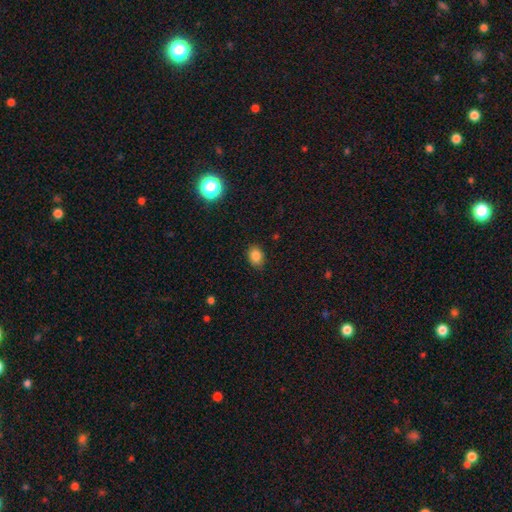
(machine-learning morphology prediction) type=smooth (84%); roundness=in between (62%); merging=none (85%).